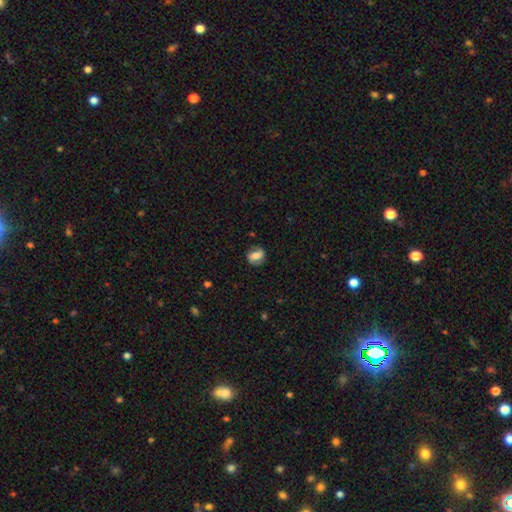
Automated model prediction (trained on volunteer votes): Smooth or featured? smooth (56%)
How rounded? in between (53%)
Merging? none (77%)